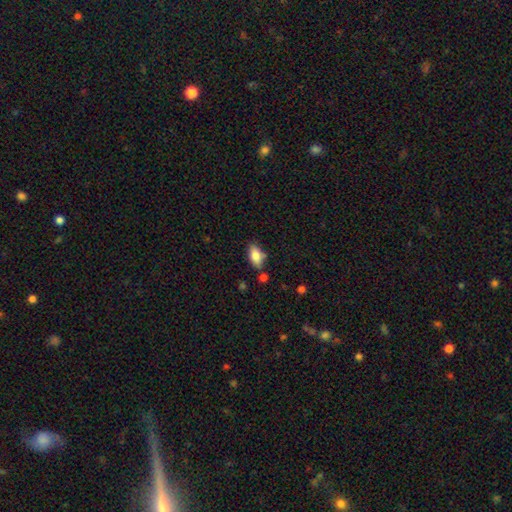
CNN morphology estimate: smooth_or_featured: smooth (p=0.81) [alt: featured or disk p=0.12]
how_rounded: in between (p=0.89) [alt: cigar-shaped p=0.06]
merging: none (p=0.70) [alt: minor disturbance p=0.19]